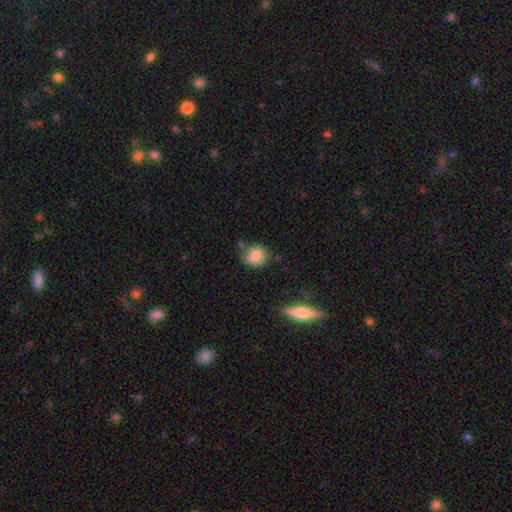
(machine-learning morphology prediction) Overall: smooth (86%). How rounded: round (76%). Merging: none (68%).